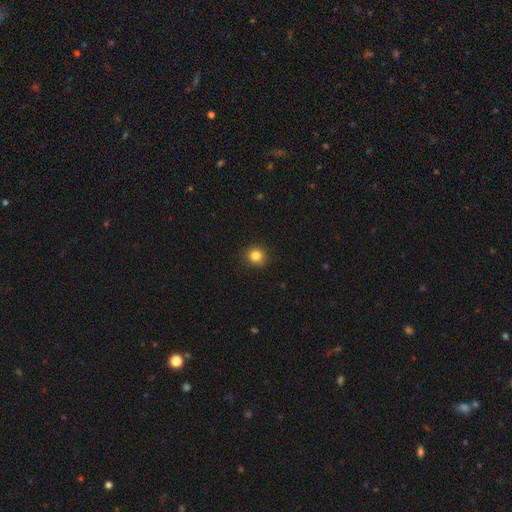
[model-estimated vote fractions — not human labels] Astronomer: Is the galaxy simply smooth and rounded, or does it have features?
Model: smooth — 84%.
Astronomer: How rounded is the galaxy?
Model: round — 89%.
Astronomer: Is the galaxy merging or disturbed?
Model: none — 90%.